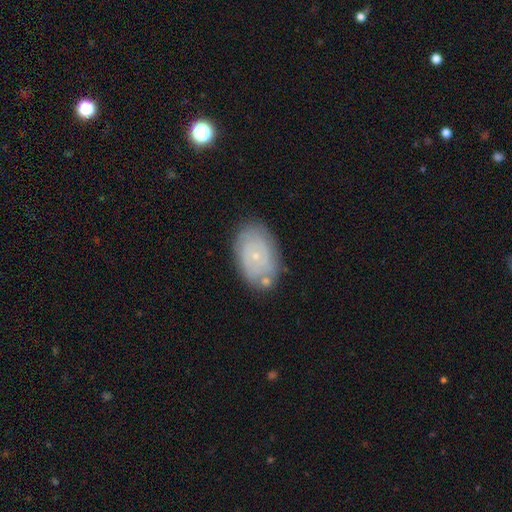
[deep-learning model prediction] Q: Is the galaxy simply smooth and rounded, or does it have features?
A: featured or disk — 56%.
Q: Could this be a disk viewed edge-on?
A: no — 95%.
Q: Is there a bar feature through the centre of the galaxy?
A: no — 86%.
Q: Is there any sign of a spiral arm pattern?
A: yes — 67%.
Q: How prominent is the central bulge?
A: small — 83%.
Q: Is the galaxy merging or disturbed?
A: none — 73%.